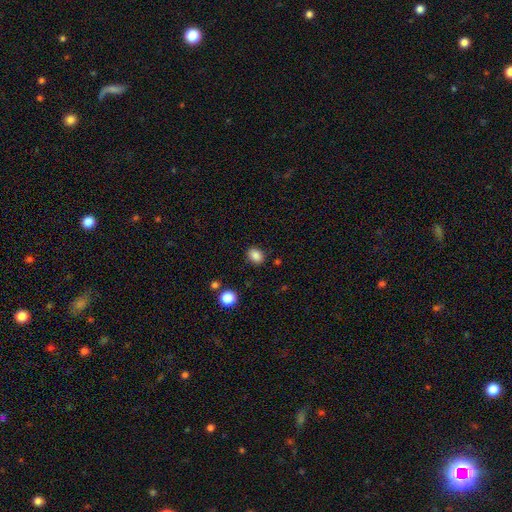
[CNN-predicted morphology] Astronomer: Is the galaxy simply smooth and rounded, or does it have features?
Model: smooth — 86%.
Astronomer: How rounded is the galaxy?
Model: in between — 57% (runner-up: round, 42%).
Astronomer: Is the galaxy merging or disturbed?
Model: none — 86%.